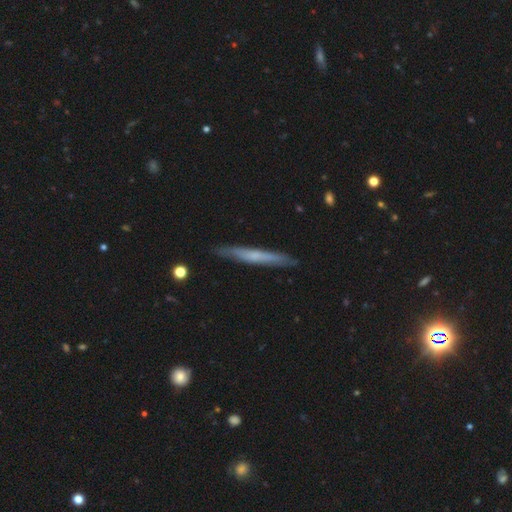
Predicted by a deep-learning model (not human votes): A smooth galaxy with no disk features (49%). Merging: none (88%).